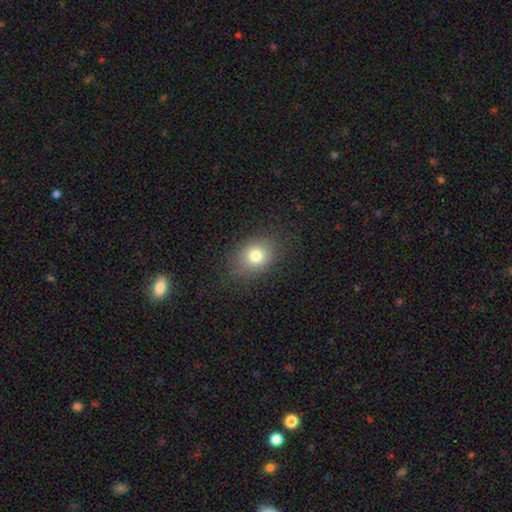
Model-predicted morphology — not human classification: Smooth or featured? Predicted: smooth (p=0.78). How rounded? Predicted: in between (p=0.50). Merging? Predicted: none (p=0.83).